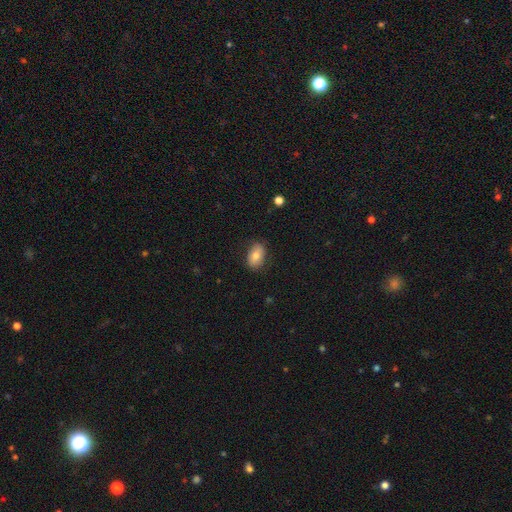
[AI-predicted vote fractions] smooth_or_featured: smooth (p=0.79) [alt: featured or disk p=0.14]
how_rounded: in between (p=0.89) [alt: round p=0.10]
merging: none (p=0.81) [alt: minor disturbance p=0.14]